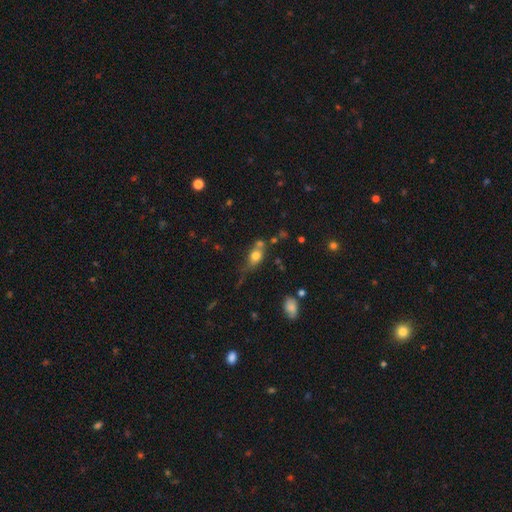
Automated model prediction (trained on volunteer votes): A smooth galaxy with no disk features (73%) that is in between round and cigar-shaped (61%). Merging: none (40%).